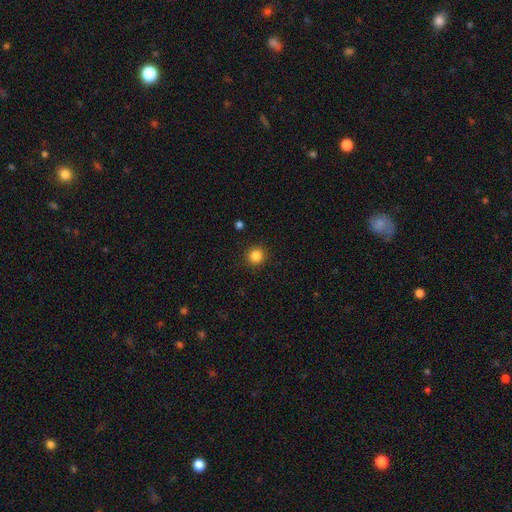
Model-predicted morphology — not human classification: type=smooth (85%); roundness=round (94%); merging=none (92%).